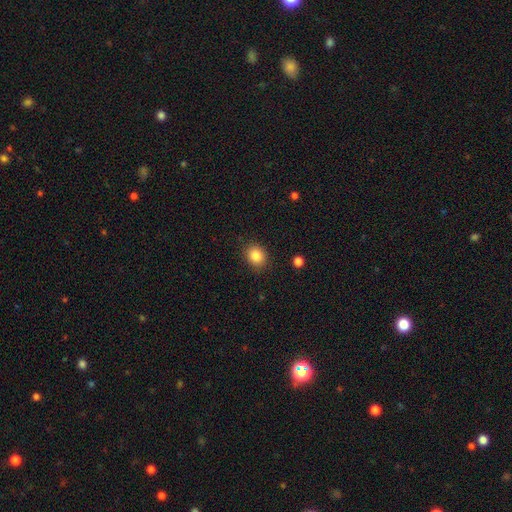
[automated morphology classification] This is clearly a smooth galaxy (85%). How rounded: possibly round (59%). Merging: clearly none (87%).